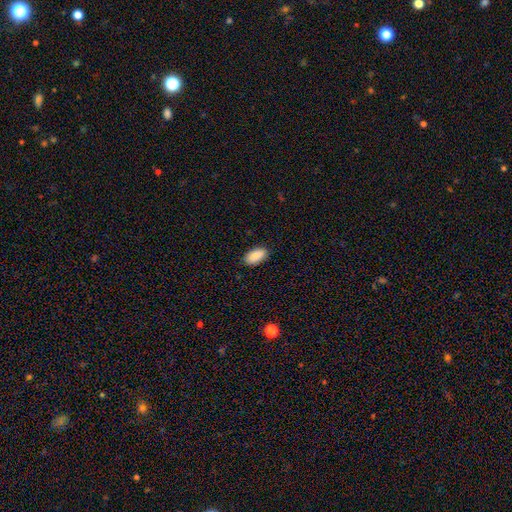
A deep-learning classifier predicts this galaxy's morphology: This appears to be a smooth galaxy with no disk features (90%) that is in between round and cigar-shaped (94%). Merging: none (88%).